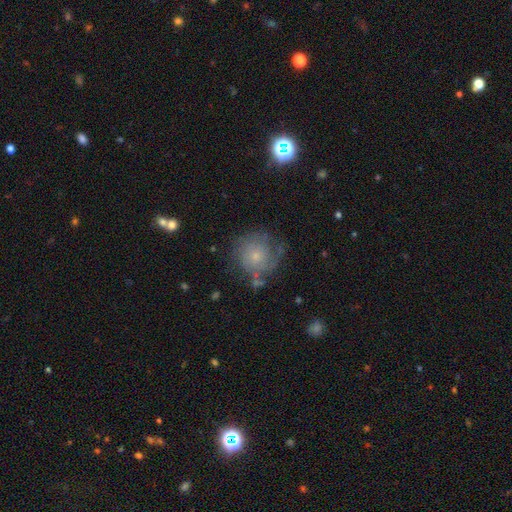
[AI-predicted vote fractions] This is possibly a featured or disk galaxy (48%). Merging: possibly none (59%).